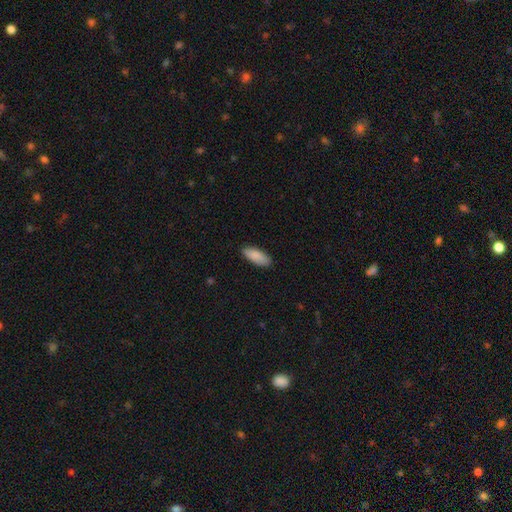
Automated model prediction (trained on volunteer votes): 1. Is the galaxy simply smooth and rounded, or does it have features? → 88% smooth, 6% featured or disk, 6% star or artifact.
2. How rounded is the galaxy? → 78% in between, 20% cigar-shaped, 2% round.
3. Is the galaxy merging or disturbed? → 87% none, 10% minor disturbance, 2% major disturbance, 1% merger.